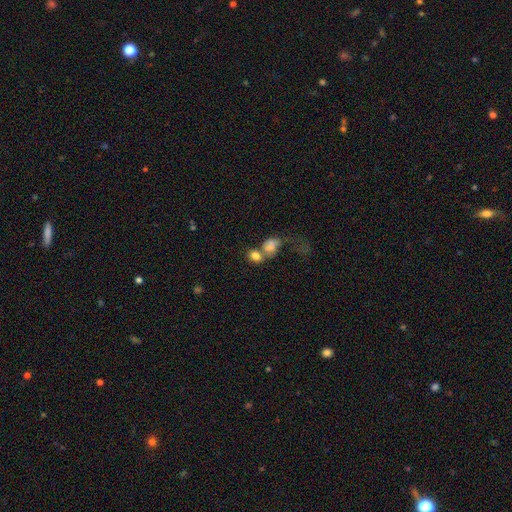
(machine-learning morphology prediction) A smooth galaxy with no disk features (75%) that is in between round and cigar-shaped (56%). Merging: merger (62%).